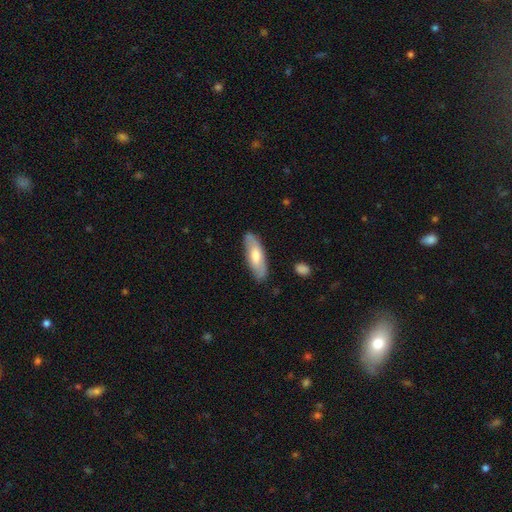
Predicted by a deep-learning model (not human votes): Smooth or featured? smooth (59%)
How rounded? in between (65%)
Merging? none (84%)